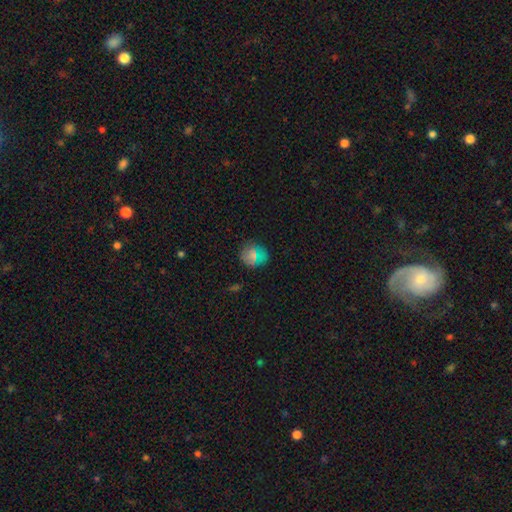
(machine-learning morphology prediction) Smooth or featured? Predicted: smooth (p=0.70). How rounded? Predicted: round (p=0.79). Merging? Predicted: none (p=0.84).